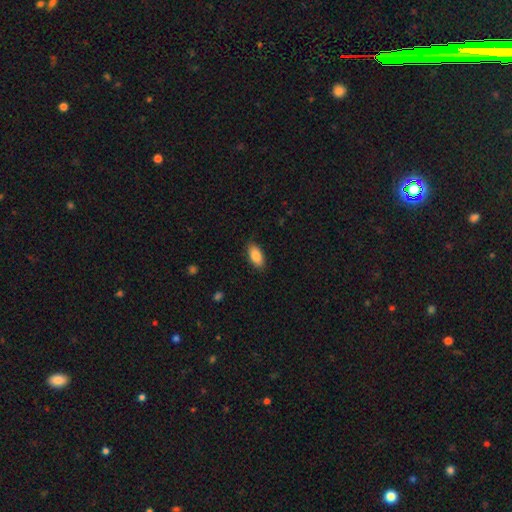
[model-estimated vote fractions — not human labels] Morphology: type=smooth (85%); roundness=in between (90%); merging=none (87%).